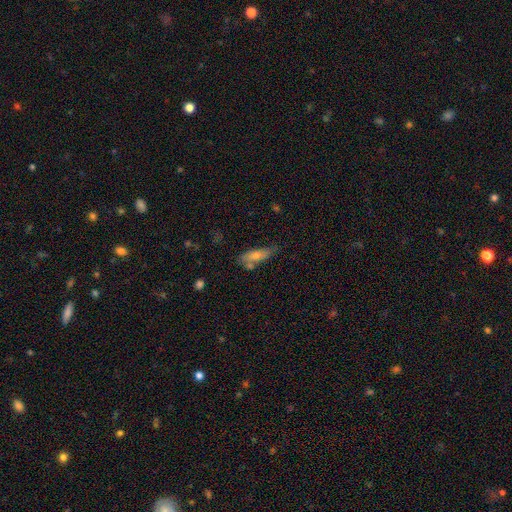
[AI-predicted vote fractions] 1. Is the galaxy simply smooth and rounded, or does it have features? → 59% smooth, 32% featured or disk, 9% star or artifact.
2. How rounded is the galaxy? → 49% in between, 48% cigar-shaped, 3% round.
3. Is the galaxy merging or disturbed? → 60% none, 23% minor disturbance, 11% merger, 6% major disturbance.